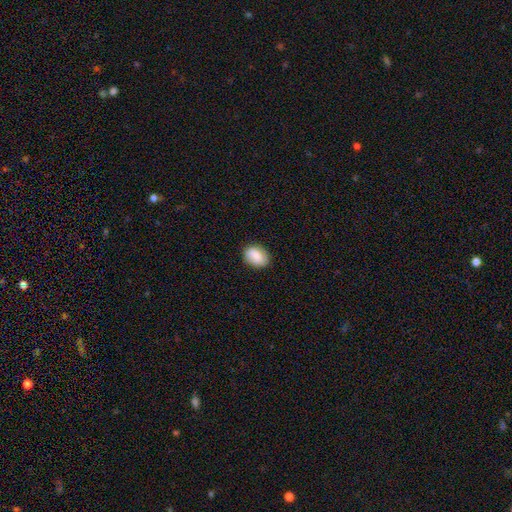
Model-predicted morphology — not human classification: smooth 79%, featured or disk 13%, star or artifact 8%. Down the decision tree: how rounded — in between (63%); merging — none (83%).